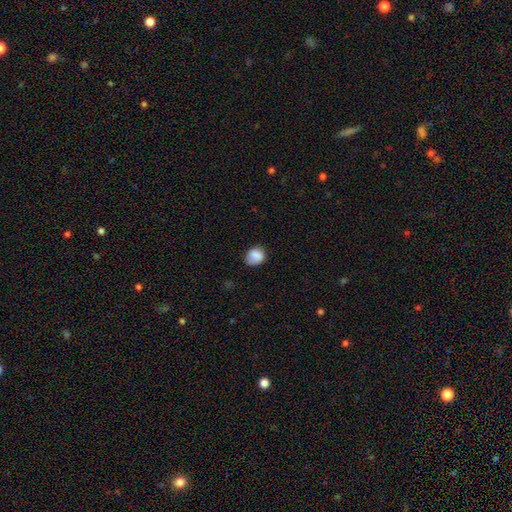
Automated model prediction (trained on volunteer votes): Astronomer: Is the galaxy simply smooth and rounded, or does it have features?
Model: smooth — 85%.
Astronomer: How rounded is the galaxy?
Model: round — 60% (runner-up: in between, 39%).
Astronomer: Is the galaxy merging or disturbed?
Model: none — 70%.